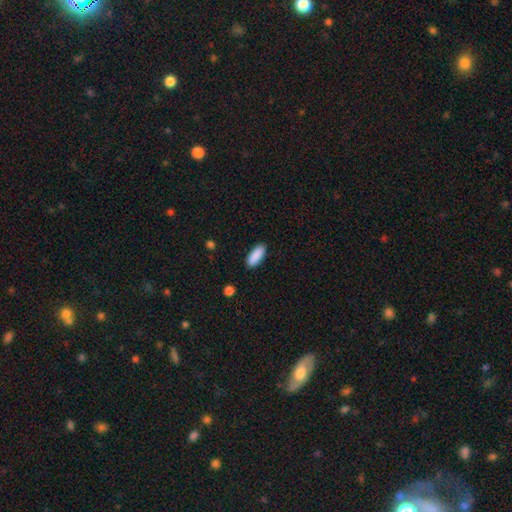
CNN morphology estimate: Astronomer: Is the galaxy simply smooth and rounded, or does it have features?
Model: smooth — 90%.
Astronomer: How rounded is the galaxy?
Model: in between — 73%.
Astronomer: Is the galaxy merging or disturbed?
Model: none — 88%.